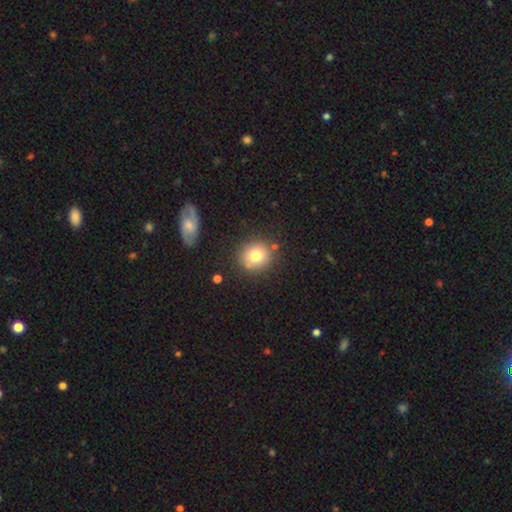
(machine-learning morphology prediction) smooth-or-featured: smooth: 77% | featured or disk: 13% | star or artifact: 11%
  how-rounded: round: 87% | in between: 12% | cigar-shaped: 1%
  merging: none: 80% | minor disturbance: 11% | merger: 6% | major disturbance: 3%